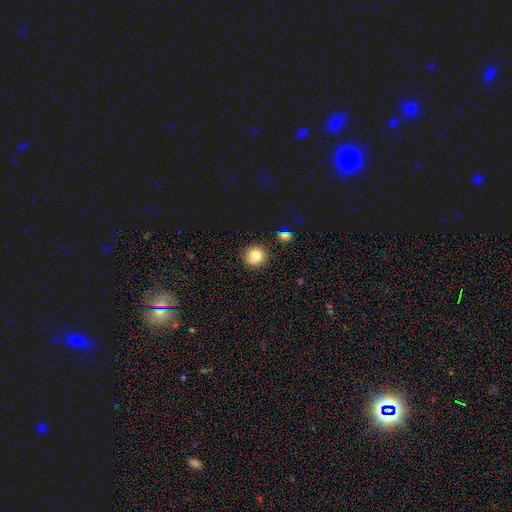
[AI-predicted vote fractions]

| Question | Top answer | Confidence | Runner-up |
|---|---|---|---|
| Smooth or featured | smooth | 79% | star or artifact (12%) |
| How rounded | round | 91% | in between (8%) |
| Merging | none | 84% | minor disturbance (11%) |